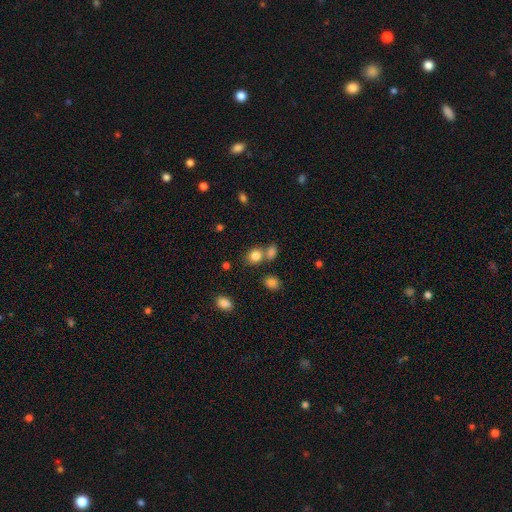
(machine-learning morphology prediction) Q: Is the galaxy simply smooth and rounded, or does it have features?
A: smooth — 82%.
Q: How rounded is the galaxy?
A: round — 63%.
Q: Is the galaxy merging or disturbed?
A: none — 57%.